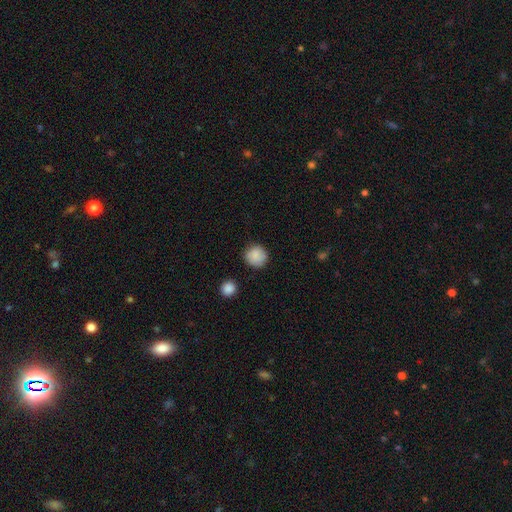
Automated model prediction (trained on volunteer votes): smooth_or_featured: smooth (p=0.88) [alt: star or artifact p=0.08]
how_rounded: round (p=0.92) [alt: in between p=0.07]
merging: none (p=0.86) [alt: minor disturbance p=0.10]